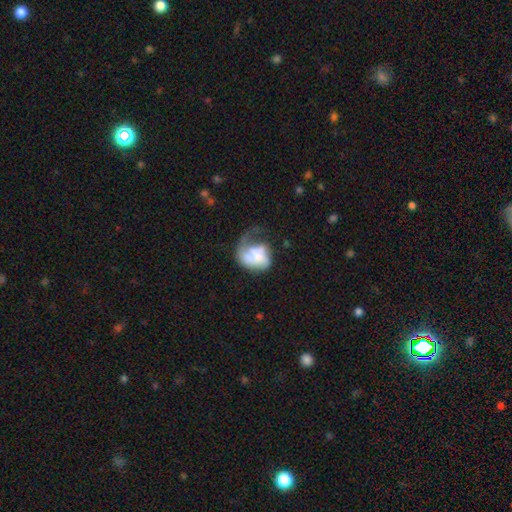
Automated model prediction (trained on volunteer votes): smooth-or-featured: featured or disk: 49% | smooth: 44% | star or artifact: 7%
  merging: major disturbance: 55% | minor disturbance: 19% | none: 19% | merger: 7%